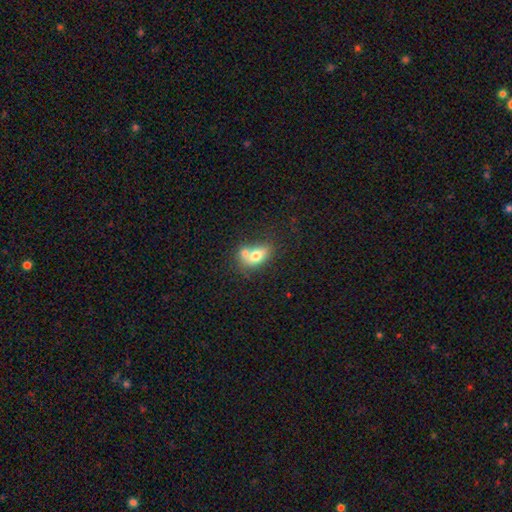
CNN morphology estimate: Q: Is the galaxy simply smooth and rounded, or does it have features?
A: smooth — 70%.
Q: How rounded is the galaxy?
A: in between — 79%.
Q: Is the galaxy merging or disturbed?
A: merger — 52%.